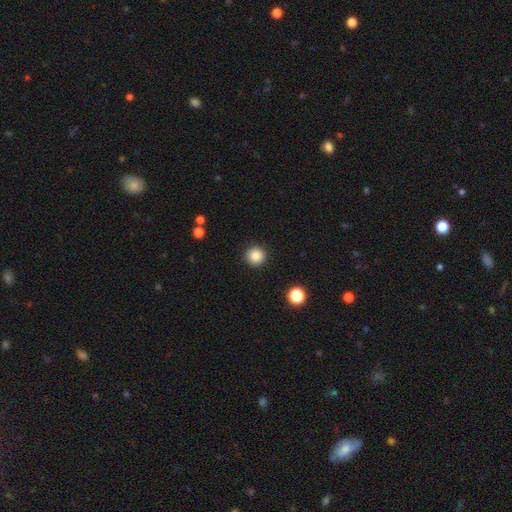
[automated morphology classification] Smooth or featured? Predicted: smooth (p=0.86). How rounded? Predicted: round (p=0.95). Merging? Predicted: none (p=0.92).